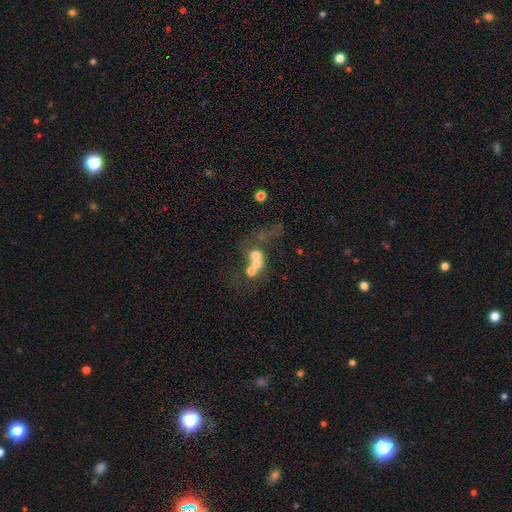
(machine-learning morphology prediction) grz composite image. It shows a smooth galaxy with no disk features (51%) that is round (71%). Merging: merger (61%).